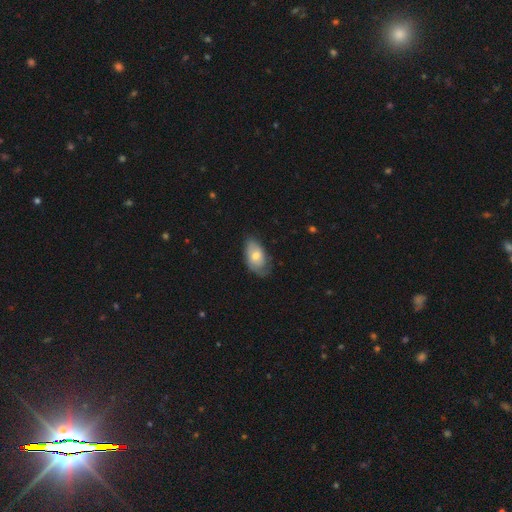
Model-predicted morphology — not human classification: The model was most divided on "merging": none: 57%, minor disturbance: 33%, major disturbance: 9%, merger: 1%. More confident: how rounded — in between (93%); smooth or featured — smooth (62%).